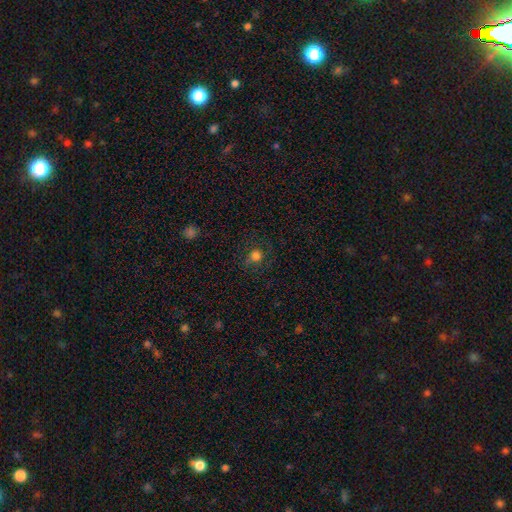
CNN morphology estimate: Smooth or featured?
  - smooth: 74% *
  - star or artifact: 16%
  - featured or disk: 10%
How rounded?
  - round: 89% *
  - in between: 10%
  - cigar-shaped: 1%
Merging?
  - none: 75% *
  - minor disturbance: 15%
  - major disturbance: 8%
  - merger: 2%